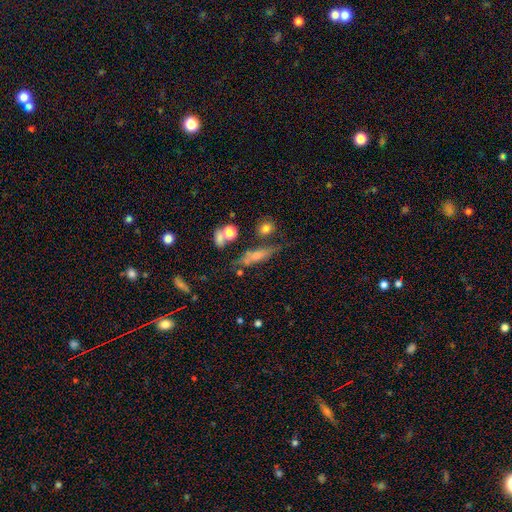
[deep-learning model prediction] Smooth or featured: smooth — 54% (featured or disk — 34%)
How rounded: cigar-shaped — 61% (in between — 32%)
Merging: none — 59% (minor disturbance — 20%)